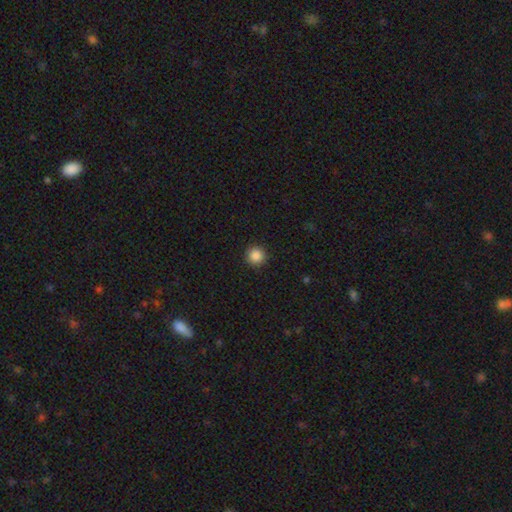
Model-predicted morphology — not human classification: type=smooth (87%); roundness=round (96%); merging=none (93%).